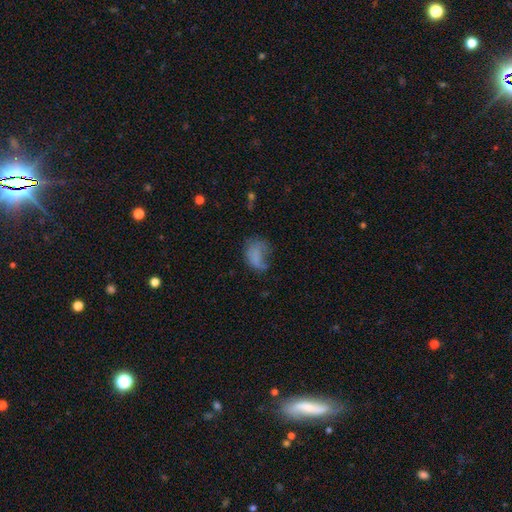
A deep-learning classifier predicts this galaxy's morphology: type=smooth (64%); roundness=in between (74%); merging=major disturbance (36%).